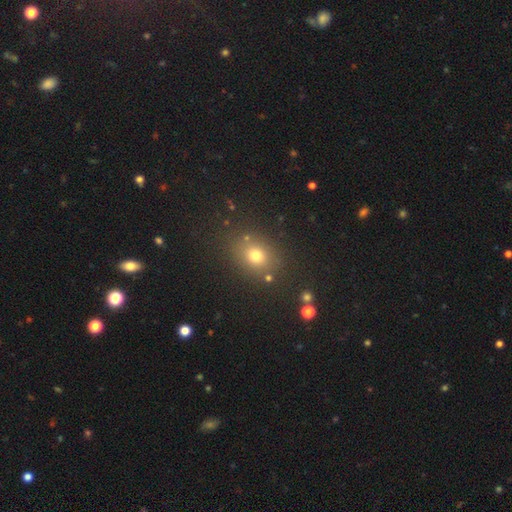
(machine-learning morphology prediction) type=smooth (72%); roundness=round (57%); merging=none (81%).